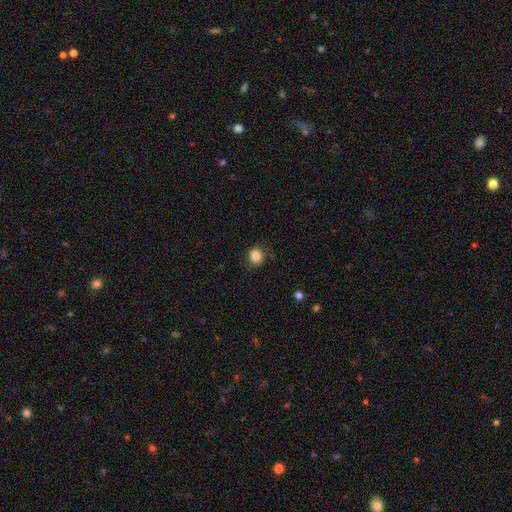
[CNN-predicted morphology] Overall: smooth (84%). How rounded: round (74%). Merging: none (81%).